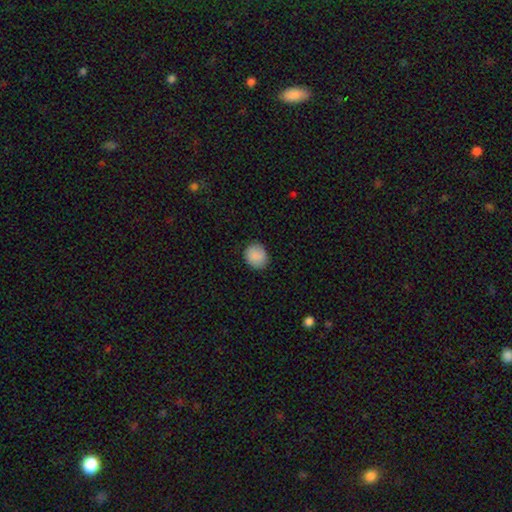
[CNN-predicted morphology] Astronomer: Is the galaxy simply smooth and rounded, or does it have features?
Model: smooth — 88%.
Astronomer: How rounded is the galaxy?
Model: round — 74%.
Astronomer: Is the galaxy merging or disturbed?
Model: none — 85%.